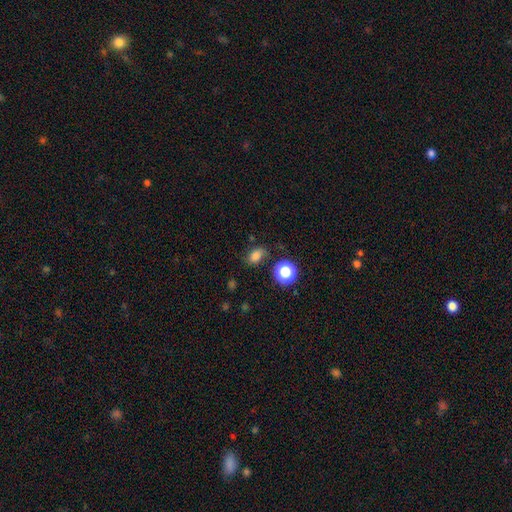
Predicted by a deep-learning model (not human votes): Smooth or featured? smooth (77%)
How rounded? in between (72%)
Merging? none (75%)